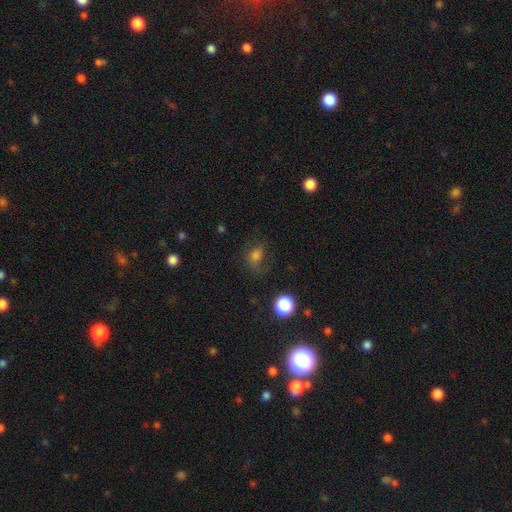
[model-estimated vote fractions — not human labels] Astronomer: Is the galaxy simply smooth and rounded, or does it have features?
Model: smooth — 62%.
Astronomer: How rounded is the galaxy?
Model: in between — 52% (runner-up: round, 46%).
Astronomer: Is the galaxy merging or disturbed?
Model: none — 53%.